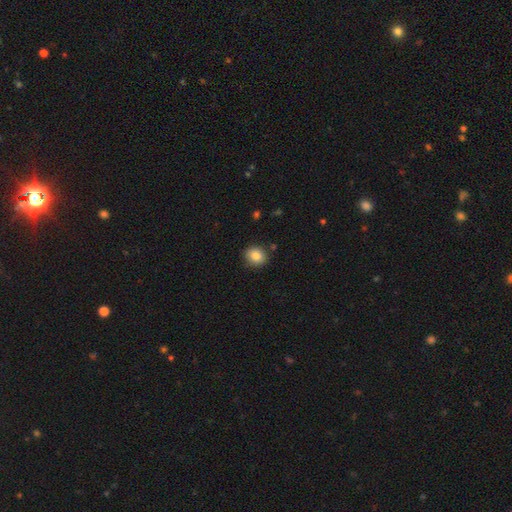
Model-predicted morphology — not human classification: smooth 84%, star or artifact 9%, featured or disk 6%. Down the decision tree: how rounded — round (77%); merging — none (86%).